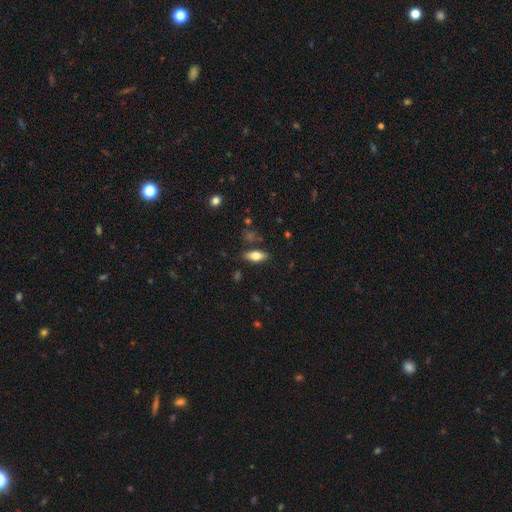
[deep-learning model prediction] Smooth or featured? smooth (74%)
How rounded? in between (83%)
Merging? none (82%)